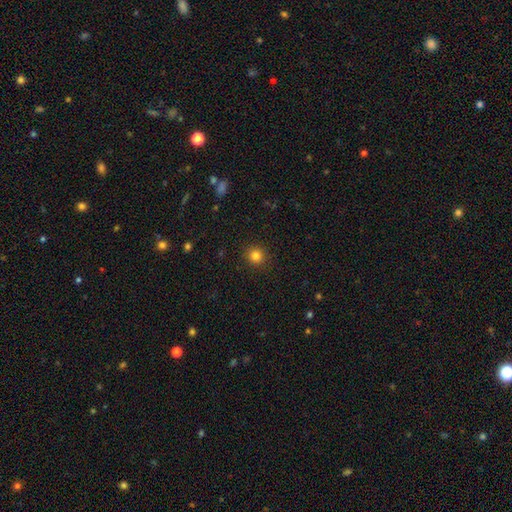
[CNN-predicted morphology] Q: Smooth or featured?
A: smooth (82%); runner-up: star or artifact (13%)
Q: How rounded?
A: round (92%); runner-up: in between (7%)
Q: Merging?
A: none (91%); runner-up: minor disturbance (6%)